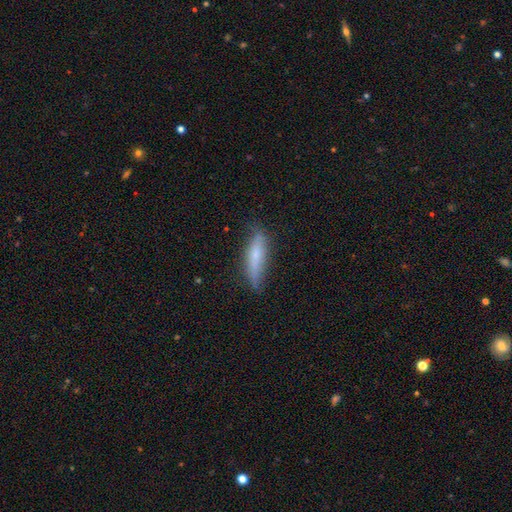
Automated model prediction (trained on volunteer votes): smooth-or-featured: smooth: 65% | featured or disk: 29% | star or artifact: 7%
  how-rounded: cigar-shaped: 73% | in between: 25% | round: 2%
  merging: none: 70% | minor disturbance: 23% | major disturbance: 5% | merger: 2%